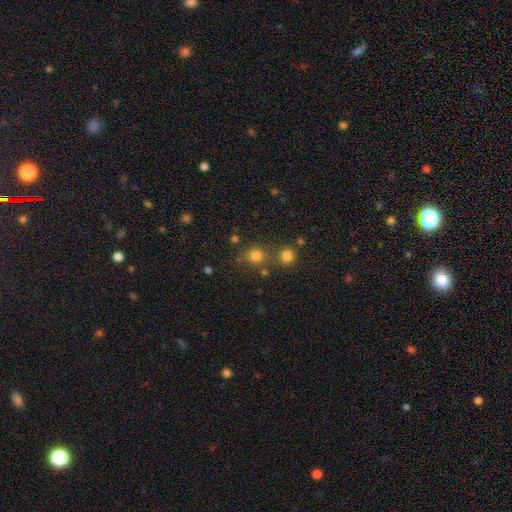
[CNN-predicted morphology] Smooth or featured? Predicted: smooth (p=0.76). How rounded? Predicted: round (p=0.83). Merging? Predicted: none (p=0.65).